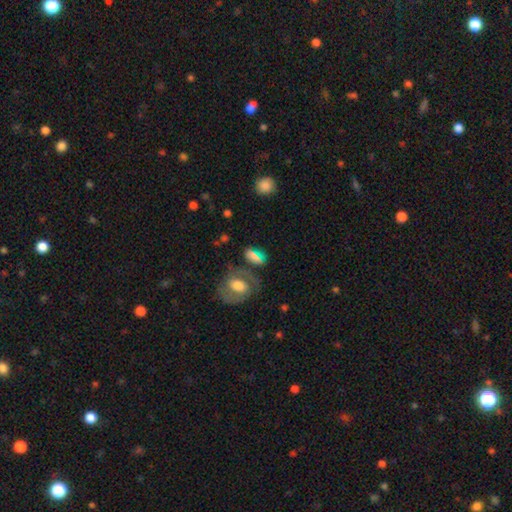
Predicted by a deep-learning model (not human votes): Smooth or featured: smooth — 64% (featured or disk — 25%)
How rounded: in between — 77% (round — 12%)
Merging: none — 62% (minor disturbance — 17%)